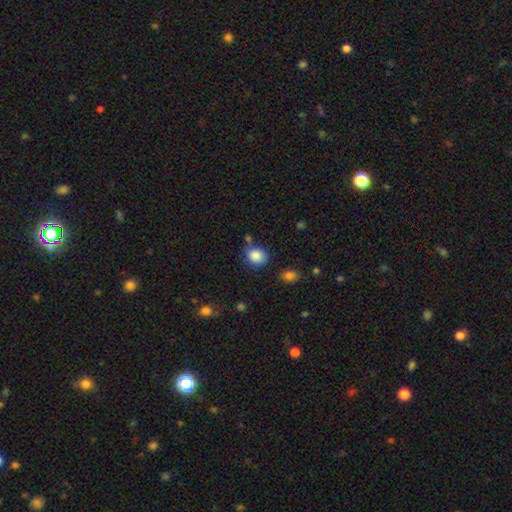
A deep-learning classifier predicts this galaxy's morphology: The model was most divided on "how rounded": round: 63%, in between: 36%, cigar-shaped: 1%. More confident: smooth or featured — smooth (87%); merging — none (71%).